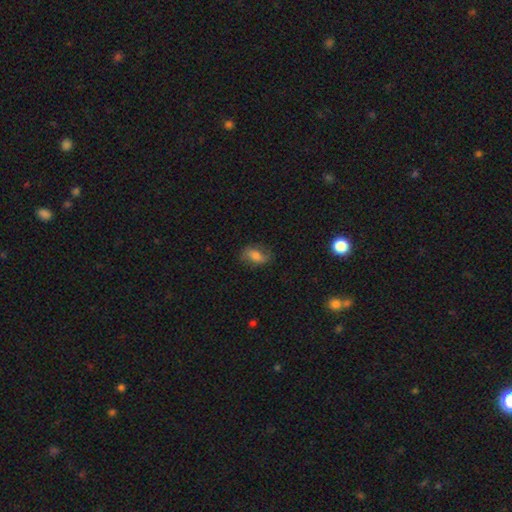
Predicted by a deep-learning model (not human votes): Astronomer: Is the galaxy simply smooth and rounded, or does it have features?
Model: smooth — 67%.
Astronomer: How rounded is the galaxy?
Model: in between — 85%.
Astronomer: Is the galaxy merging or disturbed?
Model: none — 71%.